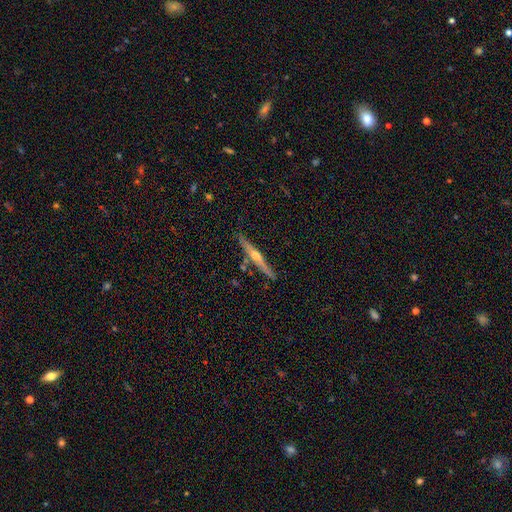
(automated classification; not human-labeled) A featured or disk galaxy (74%) viewed edge-on (98%) with a rounded central bulge (88%). Merging: none (87%).